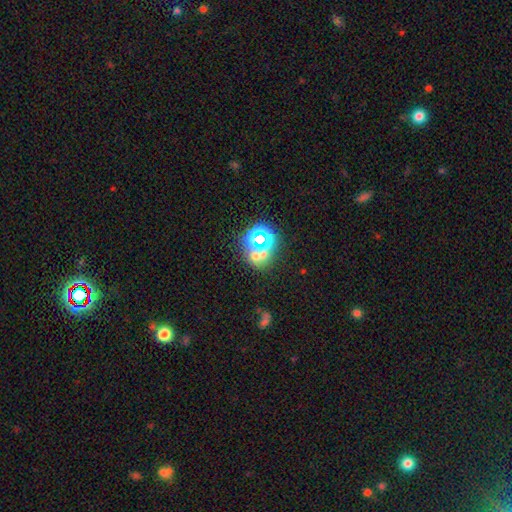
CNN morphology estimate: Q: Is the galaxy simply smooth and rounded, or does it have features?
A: star or artifact — 48%.